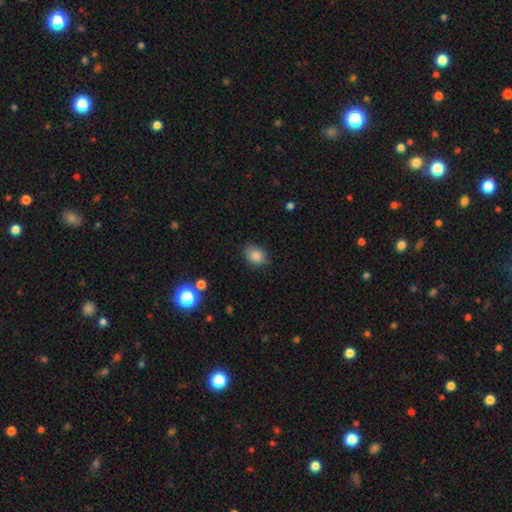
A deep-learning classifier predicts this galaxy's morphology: smooth 84%, star or artifact 10%, featured or disk 6%. Down the decision tree: how rounded — in between (63%); merging — none (76%).